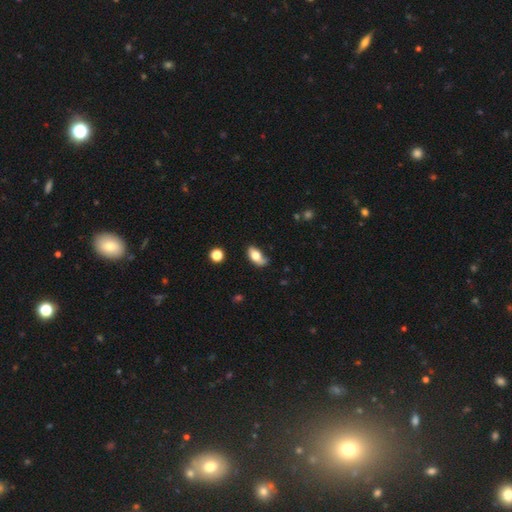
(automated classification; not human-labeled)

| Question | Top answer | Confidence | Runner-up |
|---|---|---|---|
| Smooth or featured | smooth | 73% | featured or disk (20%) |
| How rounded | in between | 89% | round (6%) |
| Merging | none | 52% | minor disturbance (32%) |